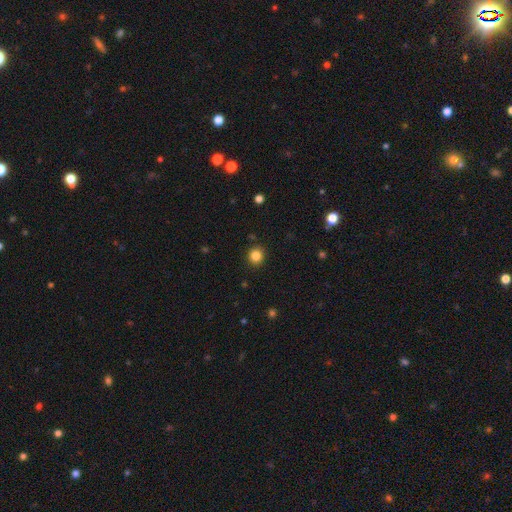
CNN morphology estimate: type=smooth (84%); roundness=round (90%); merging=none (91%).